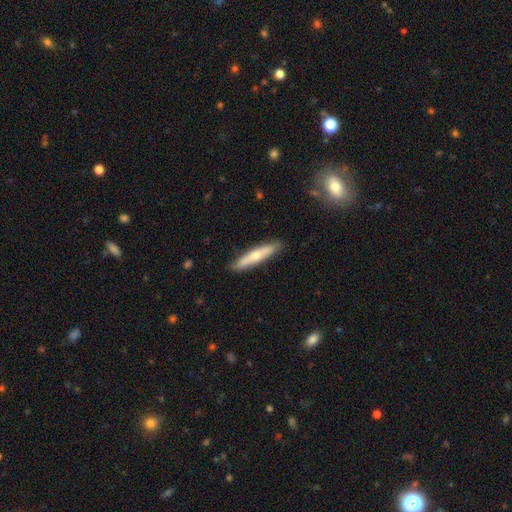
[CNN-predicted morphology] smooth_or_featured: smooth (p=0.57) [alt: featured or disk p=0.38]
how_rounded: cigar-shaped (p=0.86) [alt: in between p=0.12]
merging: none (p=0.87) [alt: minor disturbance p=0.10]